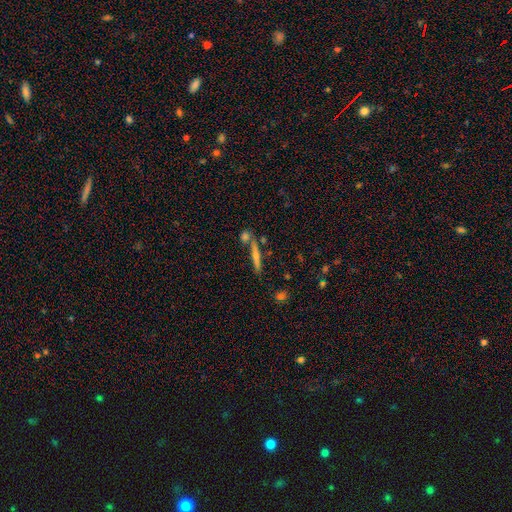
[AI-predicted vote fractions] Morphology: type=featured or disk (55%); edge-on=yes (95%); edge-on bulge=rounded (66%); merging=none (74%).